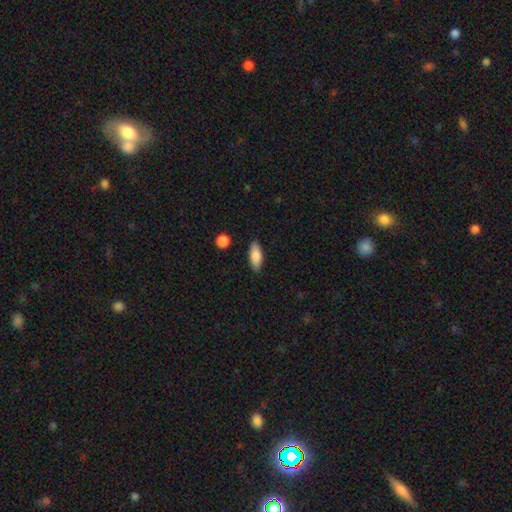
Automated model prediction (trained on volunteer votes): Q: Smooth or featured?
A: smooth (84%); runner-up: featured or disk (10%)
Q: How rounded?
A: in between (76%); runner-up: cigar-shaped (22%)
Q: Merging?
A: none (86%); runner-up: minor disturbance (10%)